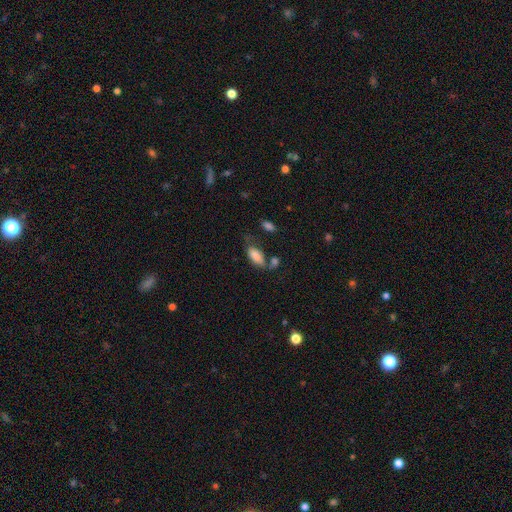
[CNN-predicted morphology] Smooth or featured?
  - smooth: 82% *
  - featured or disk: 10%
  - star or artifact: 8%
How rounded?
  - in between: 90% *
  - cigar-shaped: 7%
  - round: 3%
Merging?
  - none: 42% *
  - minor disturbance: 25%
  - merger: 19%
  - major disturbance: 15%